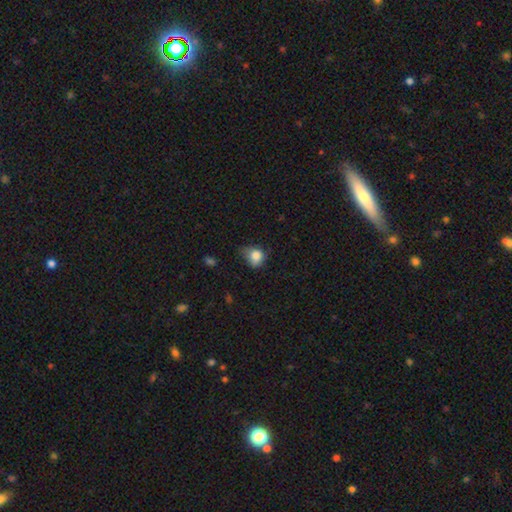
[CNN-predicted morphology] Q: Smooth or featured?
A: smooth (82%); runner-up: star or artifact (10%)
Q: How rounded?
A: round (56%); runner-up: in between (43%)
Q: Merging?
A: minor disturbance (43%); runner-up: none (36%)